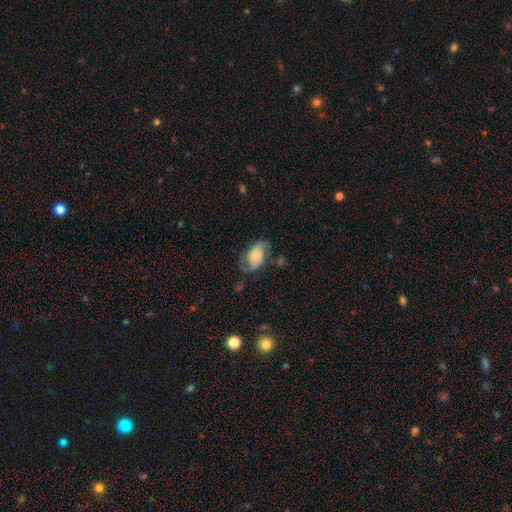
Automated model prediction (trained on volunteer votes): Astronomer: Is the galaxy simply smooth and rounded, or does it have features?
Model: featured or disk — 59%.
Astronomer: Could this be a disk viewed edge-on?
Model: no — 95%.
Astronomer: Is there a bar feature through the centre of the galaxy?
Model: no — 62%.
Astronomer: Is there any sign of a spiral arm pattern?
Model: yes — 84%.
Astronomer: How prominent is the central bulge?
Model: small — 40% (runner-up: moderate, 35%).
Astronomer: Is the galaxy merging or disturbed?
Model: none — 57%.